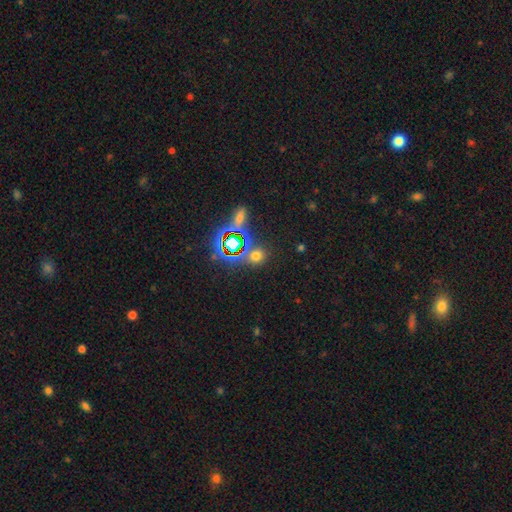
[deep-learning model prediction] This appears to be a smooth galaxy with no disk features (53%) that is round (78%). Merging: none (76%).